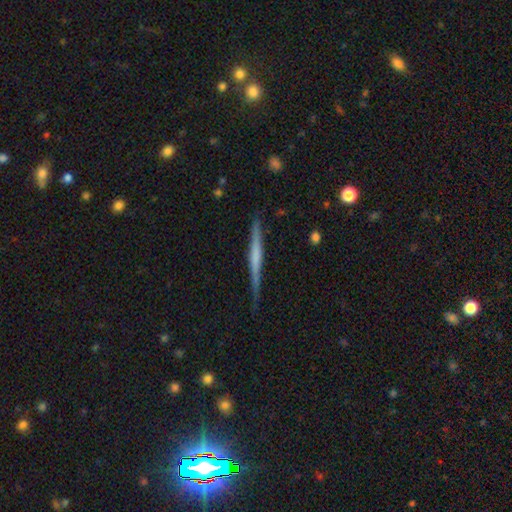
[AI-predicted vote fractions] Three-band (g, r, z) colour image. It shows a featured or disk galaxy (61%) viewed edge-on (98%) with no central bulge (61%). Merging: none (85%).